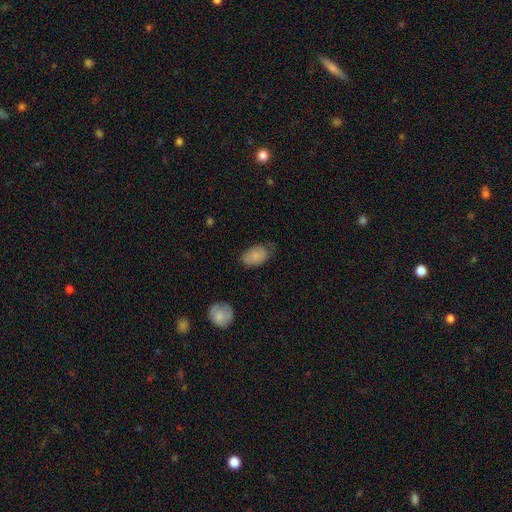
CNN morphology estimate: A smooth galaxy with no disk features (81%) that is in between round and cigar-shaped (91%).

Vote fractions:
- Smooth or featured? smooth: 81% / featured or disk: 12% / star or artifact: 7%
- How rounded? in between: 91% / round: 8% / cigar-shaped: 1%
- Merging? none: 61% / minor disturbance: 30% / major disturbance: 7% / merger: 2%